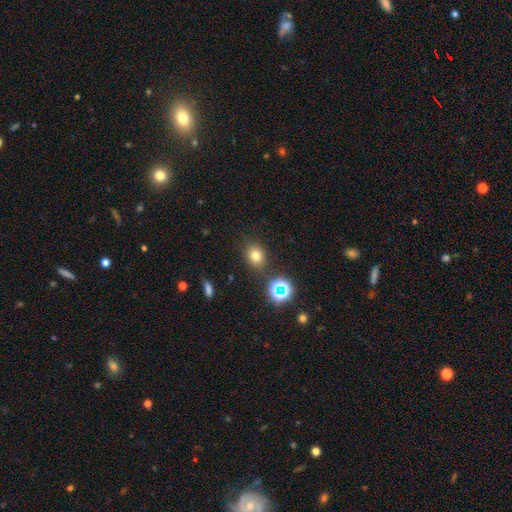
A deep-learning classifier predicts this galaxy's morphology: Smooth or featured? Predicted: smooth (p=0.73). How rounded? Predicted: round (p=0.55). Merging? Predicted: none (p=0.83).